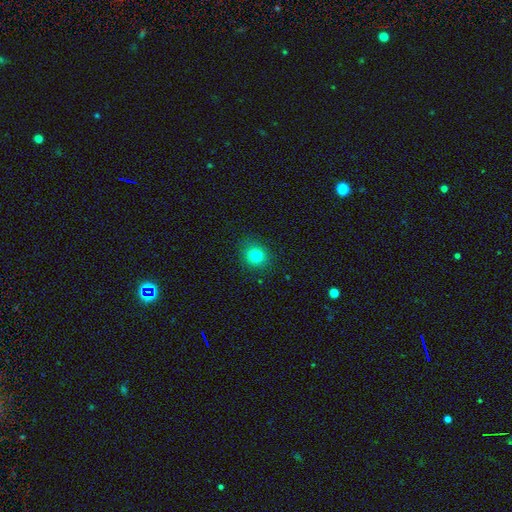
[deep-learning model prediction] smooth 80%, star or artifact 13%, featured or disk 7%. Down the decision tree: how rounded — round (80%); merging — none (88%).